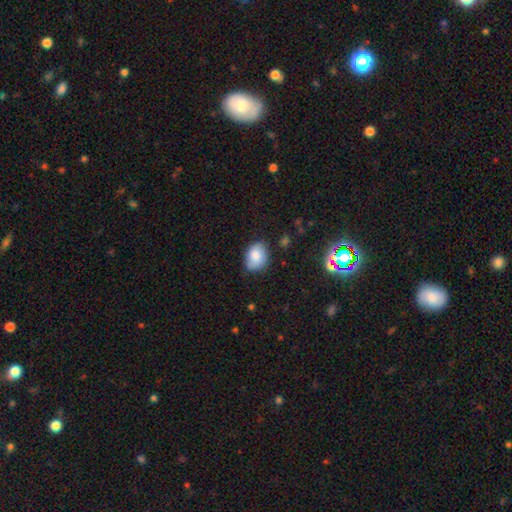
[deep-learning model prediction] smooth_or_featured: smooth (p=0.80) [alt: featured or disk p=0.12]
how_rounded: in between (p=0.72) [alt: round p=0.27]
merging: none (p=0.71) [alt: minor disturbance p=0.24]